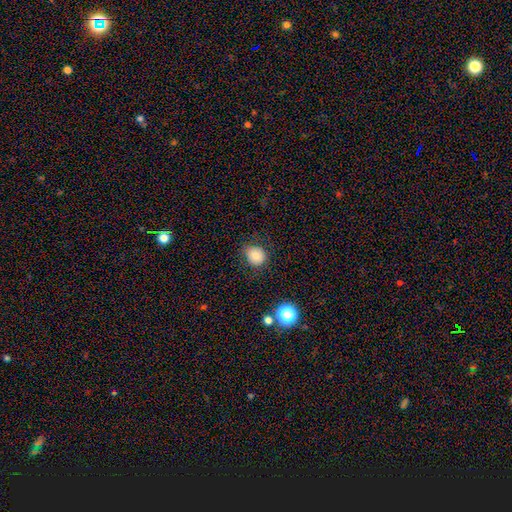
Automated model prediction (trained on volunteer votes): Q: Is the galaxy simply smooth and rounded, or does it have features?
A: smooth — 78%.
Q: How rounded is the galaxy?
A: round — 80%.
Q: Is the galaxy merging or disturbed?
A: none — 78%.